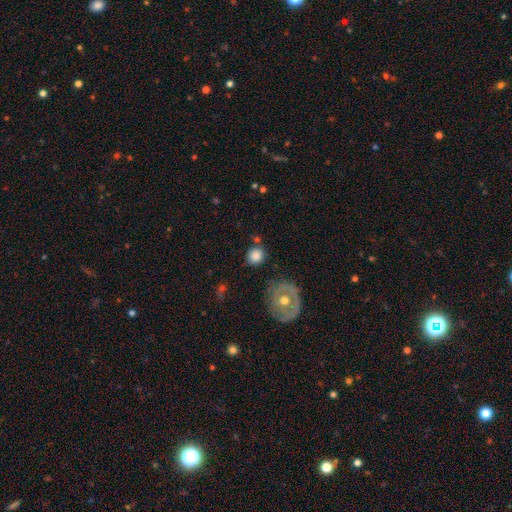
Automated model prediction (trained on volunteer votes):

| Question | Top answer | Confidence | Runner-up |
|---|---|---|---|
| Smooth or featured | smooth | 81% | featured or disk (10%) |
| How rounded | round | 89% | in between (10%) |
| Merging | none | 76% | minor disturbance (13%) |